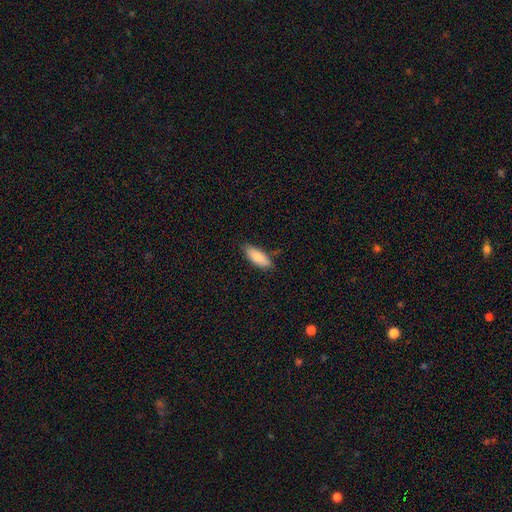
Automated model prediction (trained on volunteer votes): A smooth galaxy with no disk features (83%) that is in between round and cigar-shaped (72%).

Vote fractions:
- Smooth or featured? smooth: 83% / featured or disk: 11% / star or artifact: 6%
- How rounded? in between: 72% / cigar-shaped: 26% / round: 2%
- Merging? none: 80% / minor disturbance: 16% / major disturbance: 3% / merger: 2%